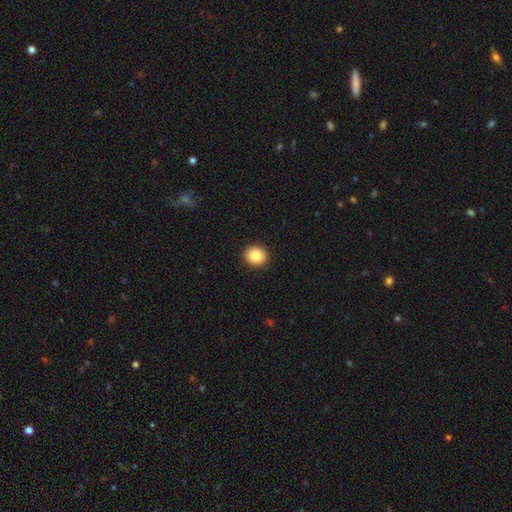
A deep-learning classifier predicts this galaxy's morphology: Smooth or featured?
  - smooth: 86% *
  - star or artifact: 9%
  - featured or disk: 5%
How rounded?
  - round: 89% *
  - in between: 10%
  - cigar-shaped: 1%
Merging?
  - none: 92% *
  - minor disturbance: 5%
  - major disturbance: 2%
  - merger: 1%